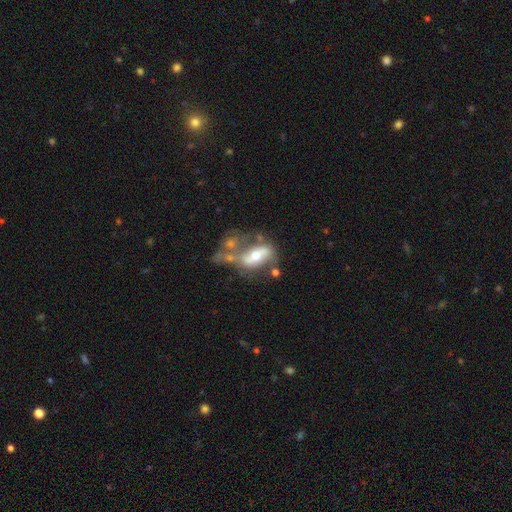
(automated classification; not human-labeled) Smooth or featured? featured or disk (60%)
Edge-on disk? no (89%)
Bar? no (49%)
Spiral arms? no (57%)
Bulge size? moderate (68%)
Merging? merger (39%)